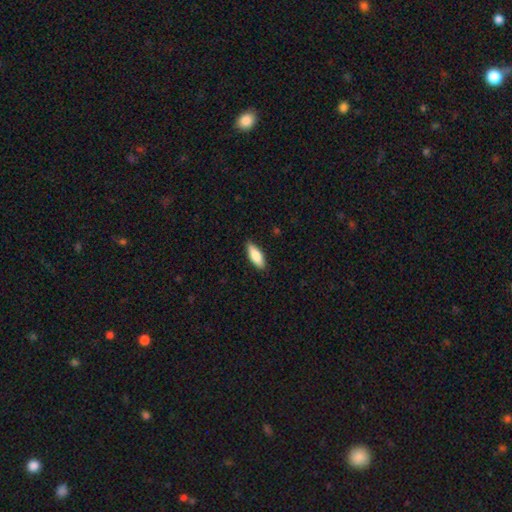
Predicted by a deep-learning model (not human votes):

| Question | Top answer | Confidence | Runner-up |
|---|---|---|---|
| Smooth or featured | smooth | 83% | featured or disk (11%) |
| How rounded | in between | 68% | cigar-shaped (30%) |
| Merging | none | 87% | minor disturbance (10%) |